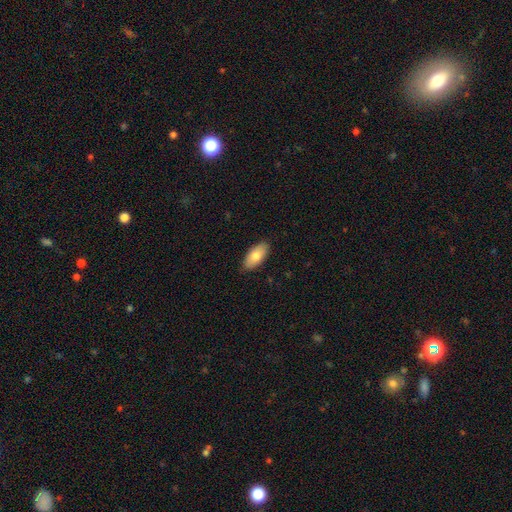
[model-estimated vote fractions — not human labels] smooth 80%, featured or disk 14%, star or artifact 6%. Down the decision tree: how rounded — in between (91%); merging — none (87%).